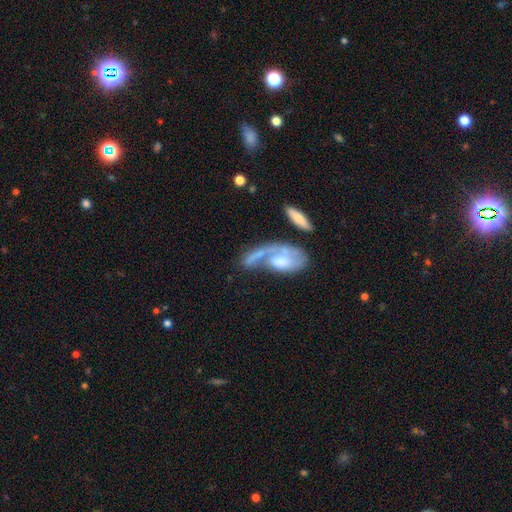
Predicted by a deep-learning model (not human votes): Smooth or featured?
  - featured or disk: 67% *
  - smooth: 23%
  - star or artifact: 10%
Edge-on disk?
  - no: 91% *
  - yes: 9%
Bar?
  - no: 68% *
  - weak: 25%
  - strong: 7%
Spiral arms?
  - yes: 72% *
  - no: 28%
Bulge size?
  - moderate: 44% *
  - small: 33%
  - none: 11%
  - large: 9%
  - dominant: 3%
Merging?
  - merger: 42% *
  - none: 27%
  - major disturbance: 19%
  - minor disturbance: 12%